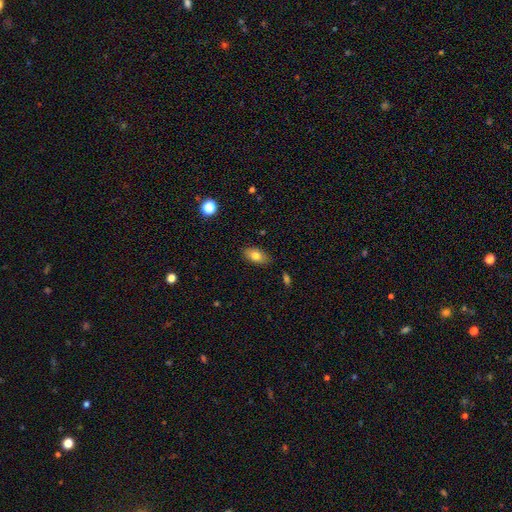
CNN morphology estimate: Smooth or featured?
  - smooth: 77% *
  - featured or disk: 15%
  - star or artifact: 8%
How rounded?
  - in between: 89% *
  - round: 7%
  - cigar-shaped: 4%
Merging?
  - none: 85% *
  - minor disturbance: 11%
  - major disturbance: 2%
  - merger: 1%